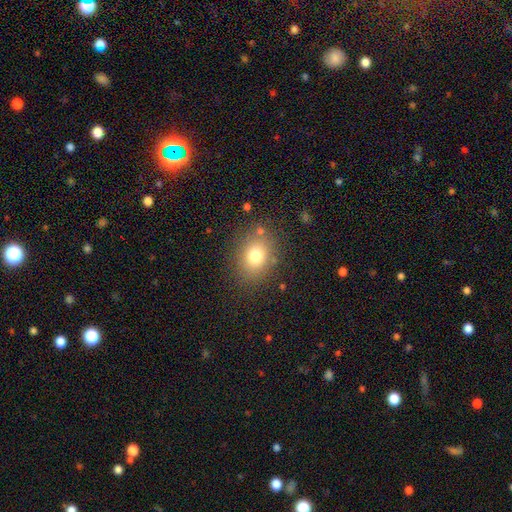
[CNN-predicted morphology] The model was most divided on "how rounded": in between: 59%, round: 40%, cigar-shaped: 1%. More confident: merging — none (81%); smooth or featured — smooth (76%).